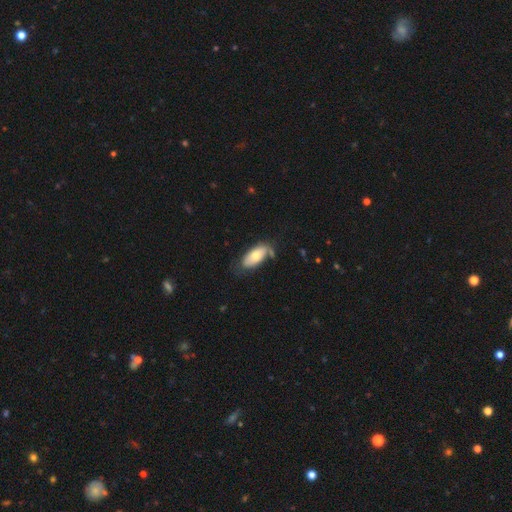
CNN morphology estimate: Smooth or featured?
  - smooth: 66% *
  - featured or disk: 28%
  - star or artifact: 6%
How rounded?
  - in between: 90% *
  - cigar-shaped: 8%
  - round: 2%
Merging?
  - none: 61% *
  - minor disturbance: 25%
  - major disturbance: 8%
  - merger: 5%